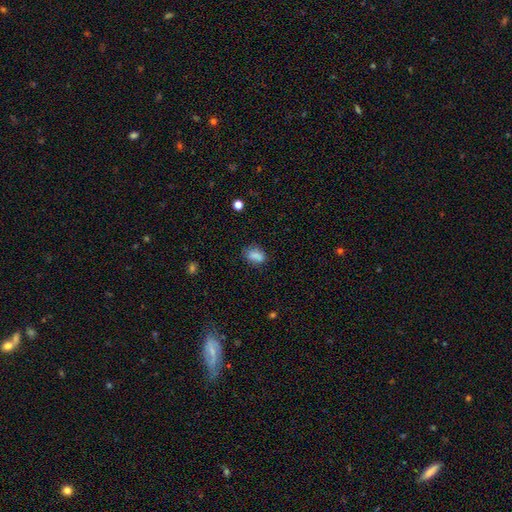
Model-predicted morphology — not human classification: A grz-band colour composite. It shows a smooth galaxy with no disk features (84%) that is in between round and cigar-shaped (80%). Merging: none (73%).